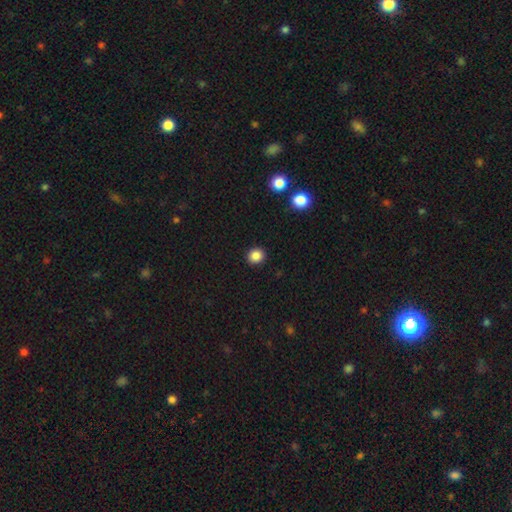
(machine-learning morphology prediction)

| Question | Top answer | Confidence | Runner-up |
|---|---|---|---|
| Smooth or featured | smooth | 86% | star or artifact (11%) |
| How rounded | round | 83% | in between (16%) |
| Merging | none | 92% | minor disturbance (5%) |